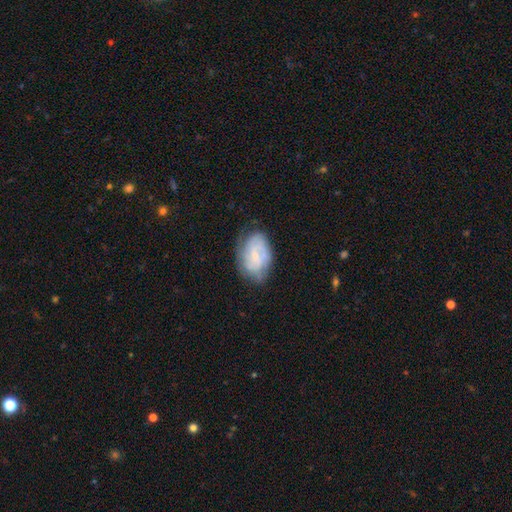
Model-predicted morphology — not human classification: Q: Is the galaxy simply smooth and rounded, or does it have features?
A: featured or disk — 61%.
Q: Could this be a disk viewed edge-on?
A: no — 97%.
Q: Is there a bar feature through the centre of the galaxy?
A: no — 51%.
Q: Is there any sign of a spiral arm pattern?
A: yes — 85%.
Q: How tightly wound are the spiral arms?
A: tight — 52%.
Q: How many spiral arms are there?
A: can't tell — 41%.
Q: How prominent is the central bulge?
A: small — 67%.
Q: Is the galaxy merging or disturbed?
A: none — 67%.